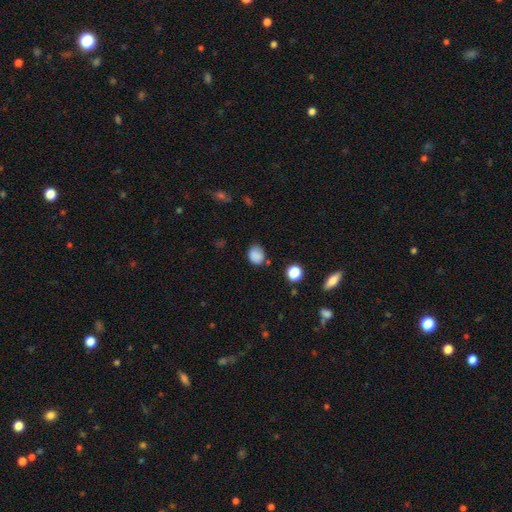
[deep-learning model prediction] A smooth galaxy with no disk features (84%) that is round (55%).

Vote fractions:
- Smooth or featured? smooth: 84% / star or artifact: 11% / featured or disk: 5%
- How rounded? round: 55% / in between: 44% / cigar-shaped: 1%
- Merging? none: 71% / minor disturbance: 20% / major disturbance: 5% / merger: 4%